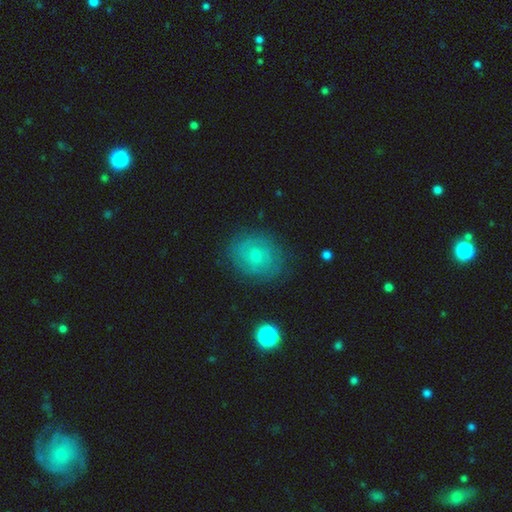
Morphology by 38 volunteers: Smooth or featured?
  - featured or disk: 68% *
  - smooth: 24%
  - star or artifact: 8%
Edge-on disk?
  - no: 100% *
  - yes: 0%
Bar?
  - no: 81% *
  - weak: 19%
  - strong: 0%
Spiral arms?
  - yes: 88% *
  - no: 12%
Spiral winding?
  - tight: 96% *
  - medium: 4%
  - loose: 0%
Spiral arm count?
  - can't tell: 43% *
  - 3: 26%
  - 2: 22%
  - 1: 4%
  - 4: 4%
  - more than 4: 0%
Bulge size?
  - small: 81% *
  - moderate: 19%
  - dominant: 0%
  - large: 0%
  - none: 0%
Merging?
  - none: 86% *
  - minor disturbance: 11%
  - major disturbance: 3%
  - merger: 0%